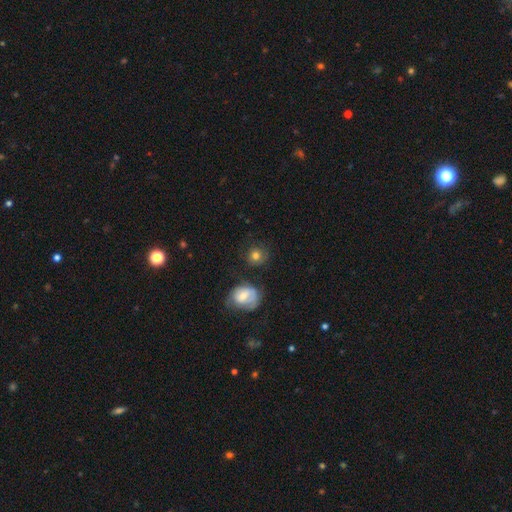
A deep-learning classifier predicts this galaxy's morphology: This is likely a smooth galaxy (76%). How rounded: clearly round (85%). Merging: likely none (72%).